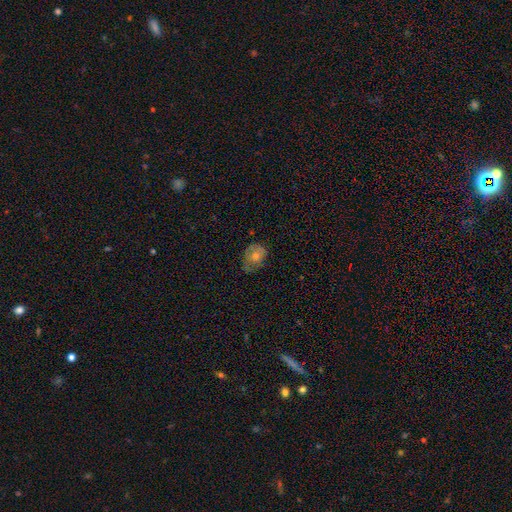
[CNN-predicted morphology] featured or disk 46%, smooth 45%, star or artifact 10%. Down the decision tree: merging — none (60%).